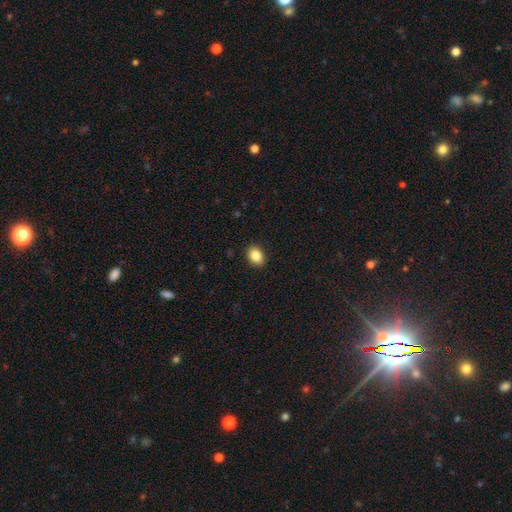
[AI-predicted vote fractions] smooth 85%, star or artifact 9%, featured or disk 6%. Down the decision tree: how rounded — in between (68%); merging — none (90%).